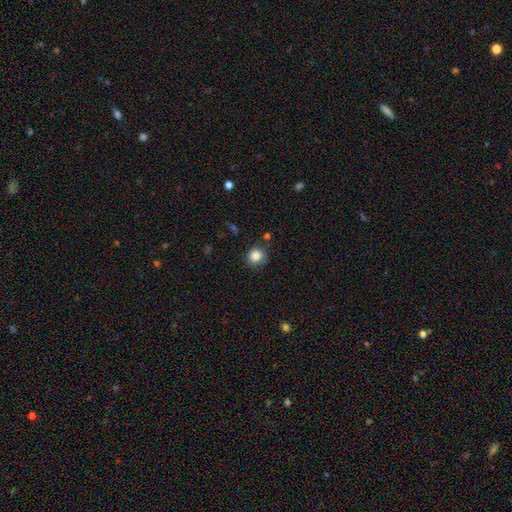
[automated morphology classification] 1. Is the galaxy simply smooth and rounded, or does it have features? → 83% smooth, 11% star or artifact, 6% featured or disk.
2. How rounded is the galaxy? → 88% round, 11% in between, 1% cigar-shaped.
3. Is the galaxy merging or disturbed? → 80% none, 13% minor disturbance, 4% merger, 3% major disturbance.